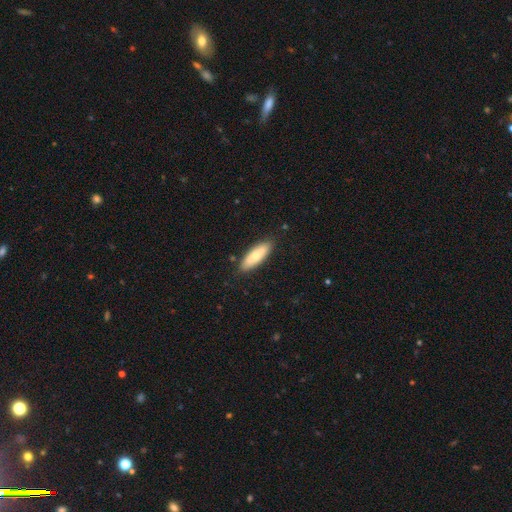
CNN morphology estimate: A smooth galaxy with no disk features (68%) that is in between round and cigar-shaped (59%).

Vote fractions:
- Smooth or featured? smooth: 68% / featured or disk: 26% / star or artifact: 6%
- How rounded? in between: 59% / cigar-shaped: 39% / round: 2%
- Merging? none: 87% / minor disturbance: 10% / major disturbance: 2% / merger: 1%